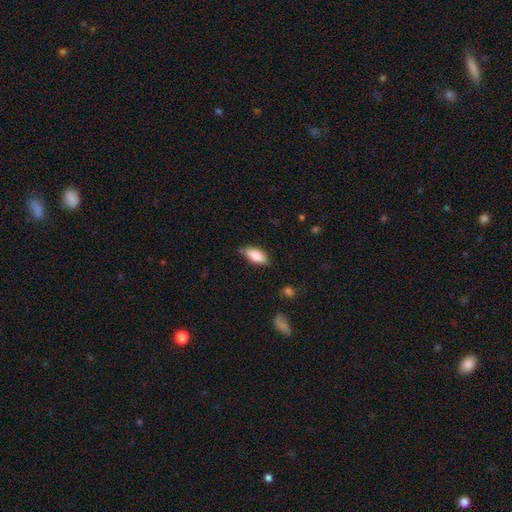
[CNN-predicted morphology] Smooth or featured? Predicted: smooth (p=0.78). How rounded? Predicted: in between (p=0.84). Merging? Predicted: none (p=0.78).